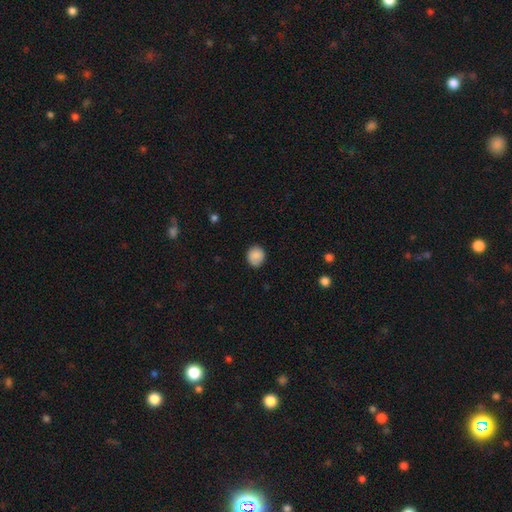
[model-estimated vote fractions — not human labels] This is clearly a smooth galaxy (88%). How rounded: clearly round (82%). Merging: clearly none (84%).